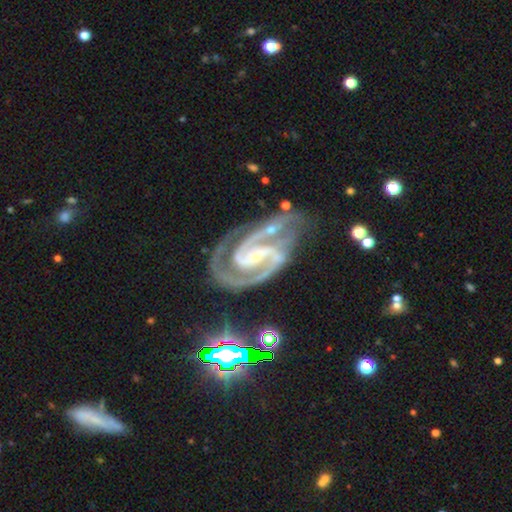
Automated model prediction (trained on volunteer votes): Q: Smooth or featured?
A: featured or disk (93%); runner-up: star or artifact (4%)
Q: Edge-on disk?
A: no (98%); runner-up: yes (2%)
Q: Bar?
A: strong (44%); runner-up: weak (34%)
Q: Spiral arms?
A: yes (99%); runner-up: no (1%)
Q: Spiral winding?
A: medium (50%); runner-up: tight (44%)
Q: Spiral arm count?
A: 2 (87%); runner-up: 3 (6%)
Q: Bulge size?
A: small (74%); runner-up: moderate (14%)
Q: Merging?
A: none (63%); runner-up: minor disturbance (20%)